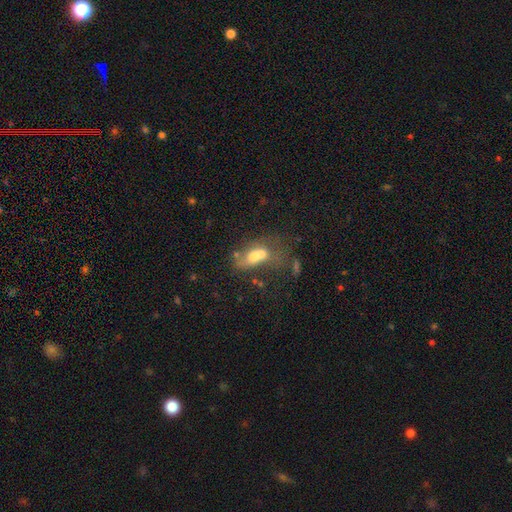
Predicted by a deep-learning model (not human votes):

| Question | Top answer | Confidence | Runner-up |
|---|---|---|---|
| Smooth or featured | smooth | 52% | featured or disk (35%) |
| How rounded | in between | 73% | round (16%) |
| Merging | merger | 50% | none (21%) |